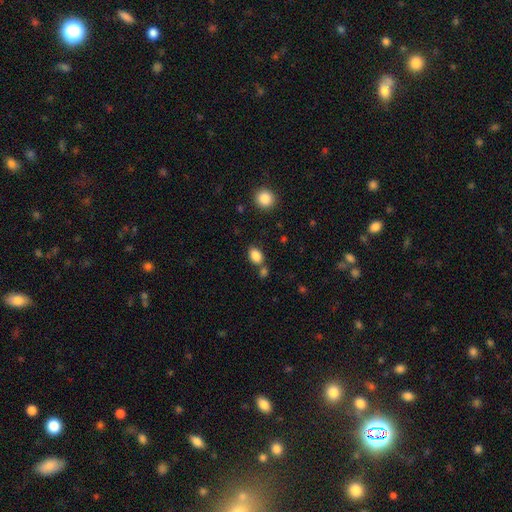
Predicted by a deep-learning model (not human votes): Smooth or featured? Predicted: smooth (p=0.86). How rounded? Predicted: in between (p=0.80). Merging? Predicted: none (p=0.68).